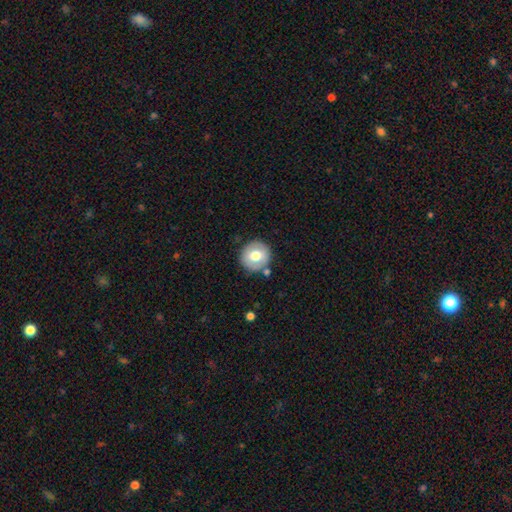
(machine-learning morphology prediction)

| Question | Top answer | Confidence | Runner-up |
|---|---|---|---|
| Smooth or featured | smooth | 66% | featured or disk (27%) |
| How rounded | round | 91% | in between (8%) |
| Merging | none | 82% | minor disturbance (10%) |